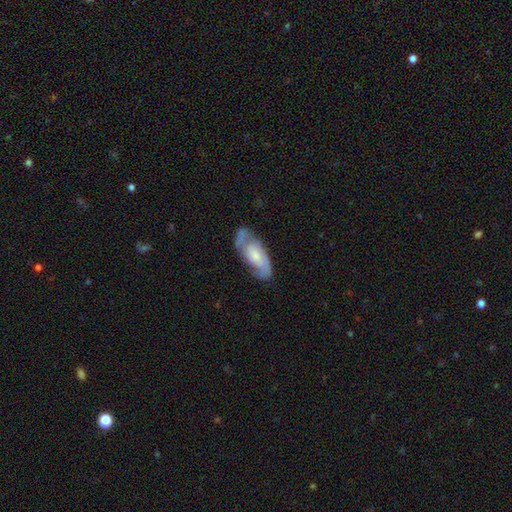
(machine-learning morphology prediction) smooth-or-featured: featured or disk: 65% | smooth: 28% | star or artifact: 6%
  disk-edge-on: no: 91% | yes: 9%
    bar: no: 62% | weak: 32% | strong: 6%
    has-spiral-arms: yes: 85% | no: 15%
      spiral-winding: medium: 45% | tight: 36% | loose: 20%
      spiral-arm-count: 2: 70% | can't tell: 19% | 1: 5% | 3: 3% | 4: 1% | more than 4: 1%
    bulge-size: small: 47% | moderate: 37% | none: 7% | large: 7% | dominant: 1%
  merging: none: 59% | minor disturbance: 25% | major disturbance: 11% | merger: 5%